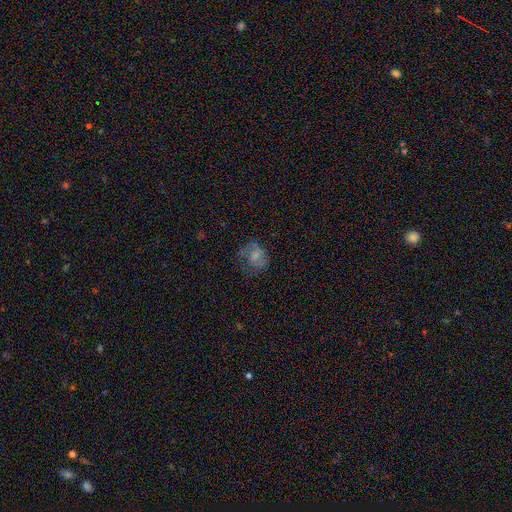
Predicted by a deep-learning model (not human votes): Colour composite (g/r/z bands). It shows a smooth galaxy with no disk features (55%) that is round (57%). Merging: none (49%).